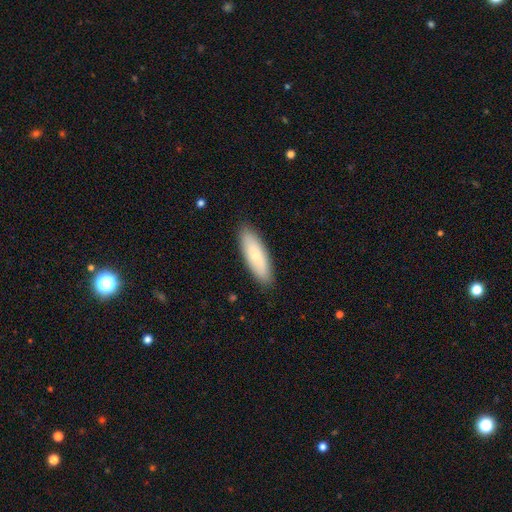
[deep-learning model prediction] Smooth or featured? Predicted: smooth (p=0.75). How rounded? Predicted: in between (p=0.51). Merging? Predicted: none (p=0.89).